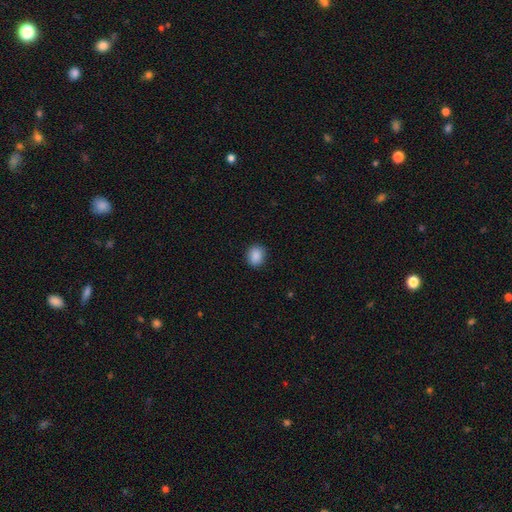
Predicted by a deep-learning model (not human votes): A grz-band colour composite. It shows a smooth galaxy with no disk features (89%) that is round (66%). Merging: none (89%).